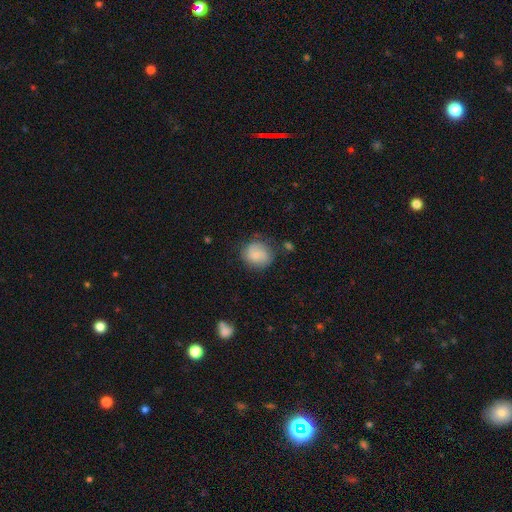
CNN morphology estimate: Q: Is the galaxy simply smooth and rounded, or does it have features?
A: smooth — 79%.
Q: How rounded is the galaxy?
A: round — 80%.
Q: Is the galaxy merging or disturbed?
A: none — 71%.